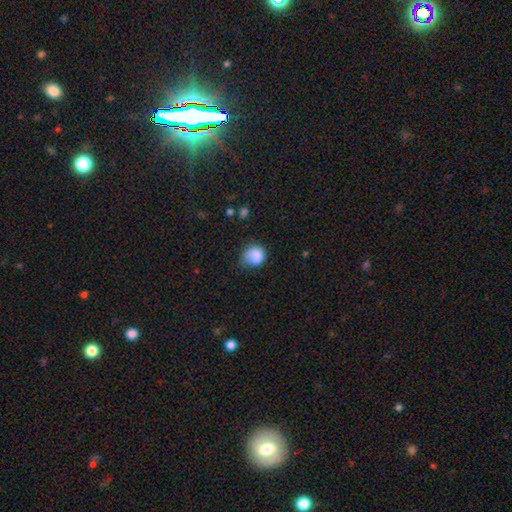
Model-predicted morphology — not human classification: Smooth or featured? Predicted: smooth (p=0.84). How rounded? Predicted: round (p=0.71). Merging? Predicted: none (p=0.48).